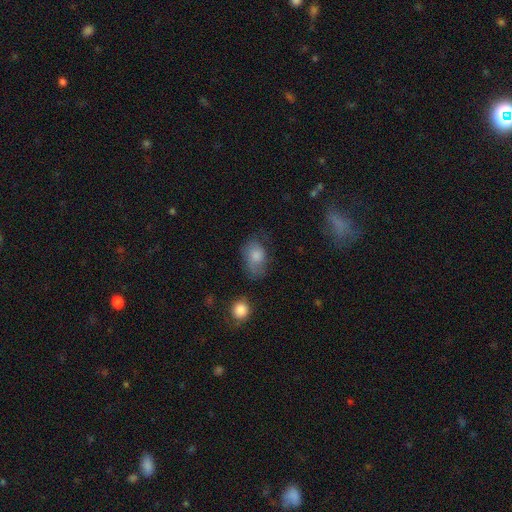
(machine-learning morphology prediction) A smooth galaxy with no disk features (75%) that is in between round and cigar-shaped (77%).

Vote fractions:
- Smooth or featured? smooth: 75% / featured or disk: 16% / star or artifact: 9%
- How rounded? in between: 77% / round: 22% / cigar-shaped: 1%
- Merging? none: 46% / minor disturbance: 32% / major disturbance: 19% / merger: 4%